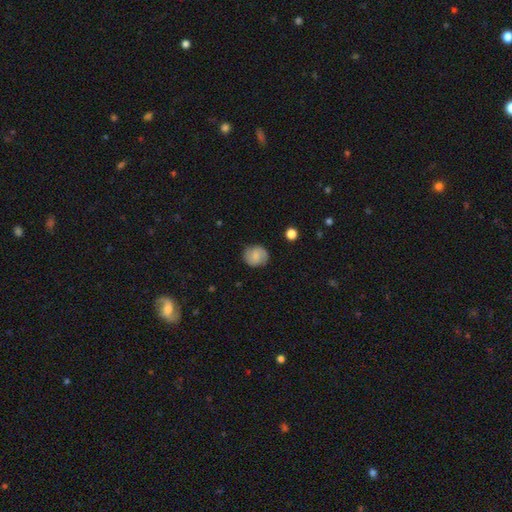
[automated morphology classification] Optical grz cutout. It shows a smooth galaxy with no disk features (51%) that is round (81%). Merging: none (83%).